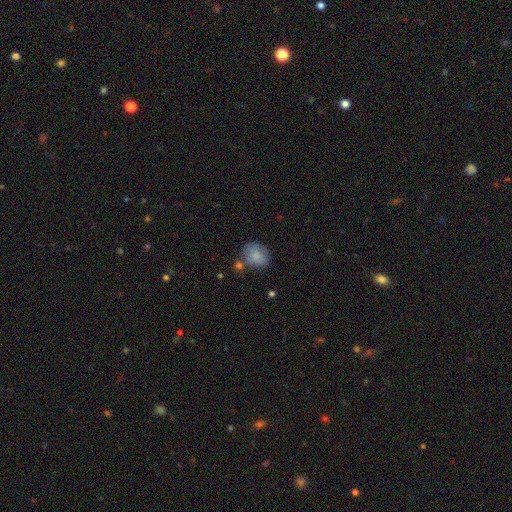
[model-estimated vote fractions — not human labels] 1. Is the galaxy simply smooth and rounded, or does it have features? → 79% smooth, 13% featured or disk, 8% star or artifact.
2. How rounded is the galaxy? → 57% round, 42% in between, 1% cigar-shaped.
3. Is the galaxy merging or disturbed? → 54% none, 25% minor disturbance, 12% merger, 9% major disturbance.